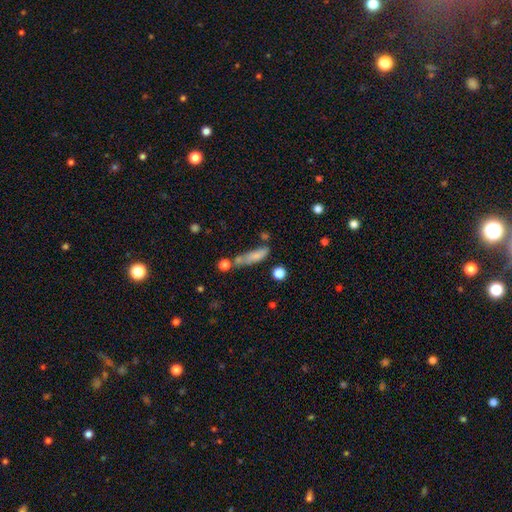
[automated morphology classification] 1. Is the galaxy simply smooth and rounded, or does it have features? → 74% smooth, 17% featured or disk, 10% star or artifact.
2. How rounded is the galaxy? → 65% cigar-shaped, 31% in between, 4% round.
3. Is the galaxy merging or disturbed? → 48% none, 23% minor disturbance, 17% merger, 11% major disturbance.